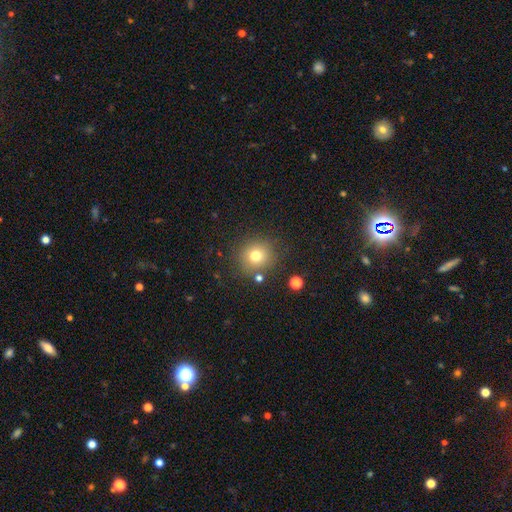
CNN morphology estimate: type=smooth (76%); roundness=round (89%); merging=none (81%).